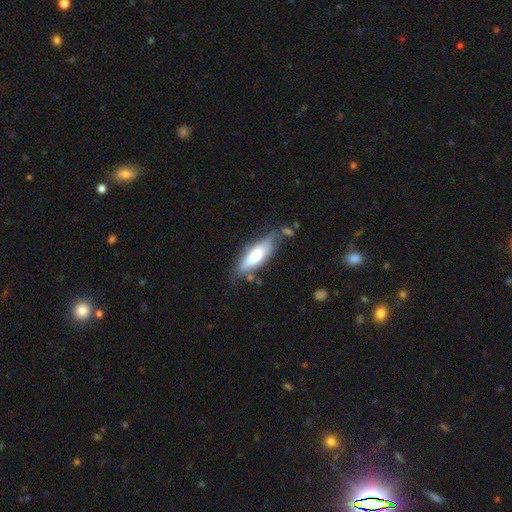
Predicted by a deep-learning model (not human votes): smooth_or_featured: smooth (p=0.62) [alt: featured or disk p=0.32]
how_rounded: in between (p=0.55) [alt: cigar-shaped p=0.43]
merging: none (p=0.57) [alt: minor disturbance p=0.27]